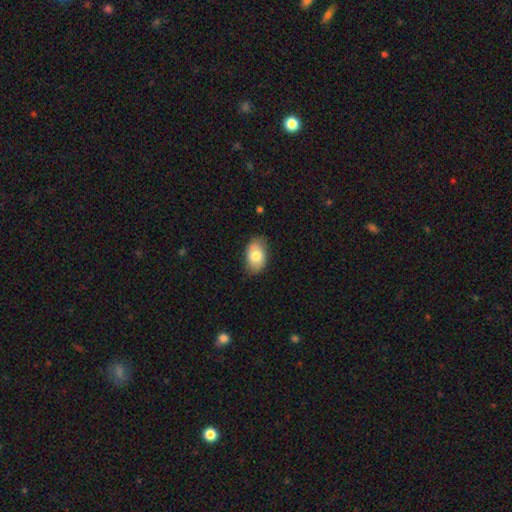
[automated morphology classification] This appears to be a smooth galaxy with no disk features (78%) that is in between round and cigar-shaped (88%). Merging: none (79%).